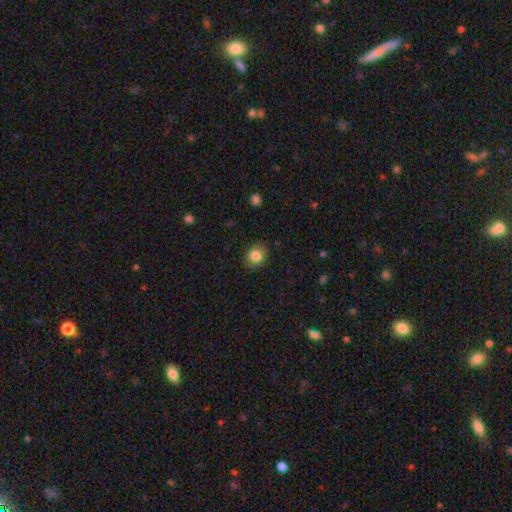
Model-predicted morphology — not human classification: Overall: smooth (83%). How rounded: round (70%). Merging: none (86%).